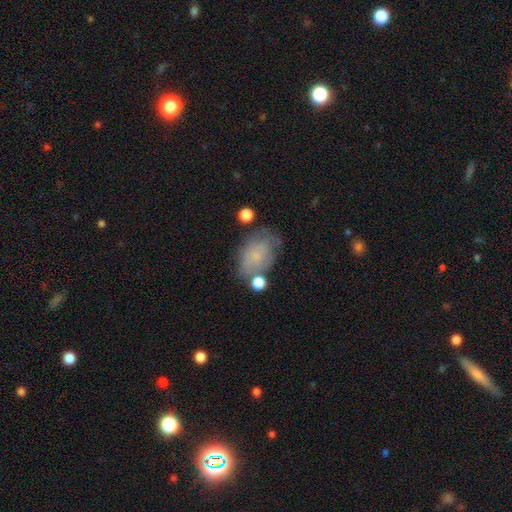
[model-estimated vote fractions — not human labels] A smooth galaxy with no disk features (57%) that is in between round and cigar-shaped (81%). Merging: none (53%).